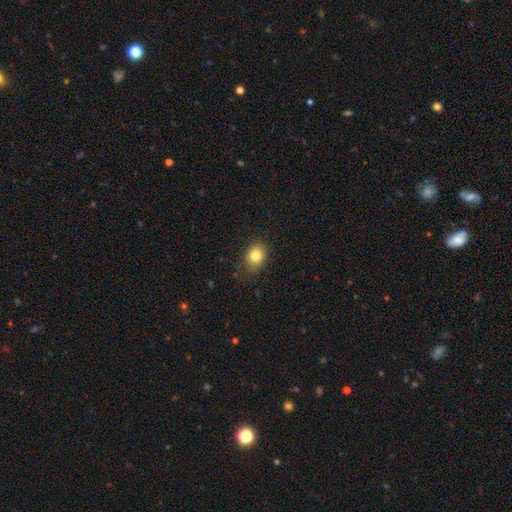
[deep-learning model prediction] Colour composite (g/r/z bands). It shows a smooth galaxy with no disk features (82%) that is in between round and cigar-shaped (58%). Merging: none (78%).